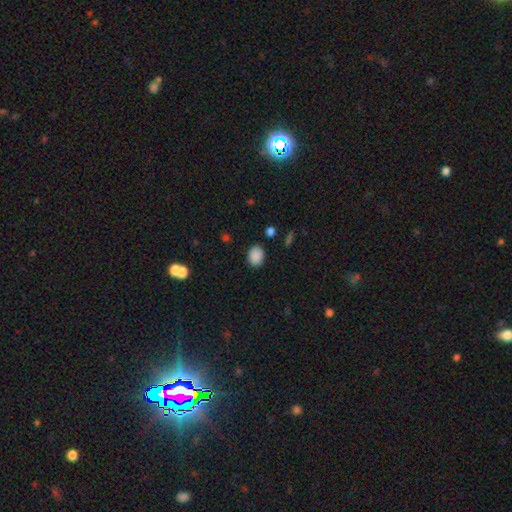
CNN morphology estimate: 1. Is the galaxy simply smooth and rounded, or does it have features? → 88% smooth, 9% star or artifact, 3% featured or disk.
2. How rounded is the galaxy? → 59% in between, 40% round, 1% cigar-shaped.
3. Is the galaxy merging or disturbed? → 85% none, 10% minor disturbance, 3% major disturbance, 2% merger.